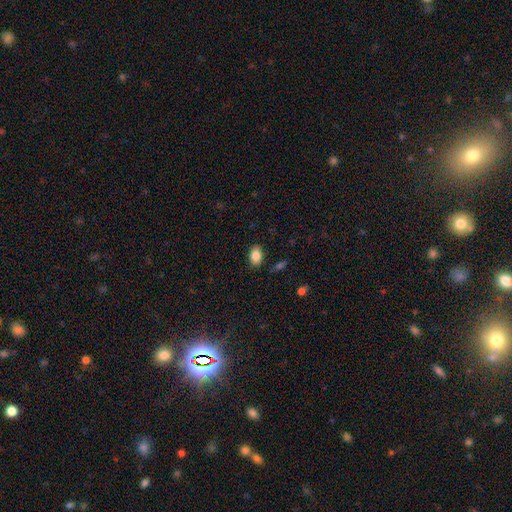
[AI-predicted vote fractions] The model was most divided on "how rounded": in between: 87%, round: 12%, cigar-shaped: 1%. More confident: smooth or featured — smooth (86%); merging — none (85%).